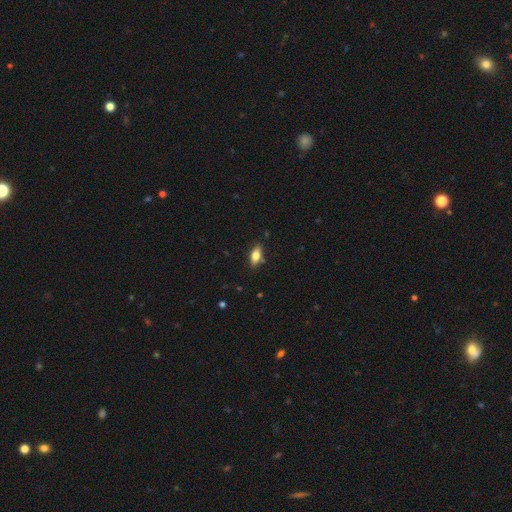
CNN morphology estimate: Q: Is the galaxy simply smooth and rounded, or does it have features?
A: smooth — 74%.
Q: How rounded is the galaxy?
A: in between — 84%.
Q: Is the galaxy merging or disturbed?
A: none — 84%.